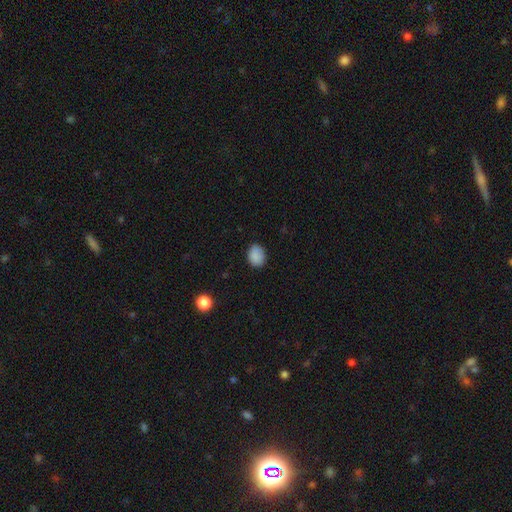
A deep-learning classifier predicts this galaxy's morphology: Smooth or featured?
  - smooth: 87% *
  - star or artifact: 9%
  - featured or disk: 4%
How rounded?
  - in between: 51% *
  - round: 48%
  - cigar-shaped: 1%
Merging?
  - none: 80% *
  - minor disturbance: 16%
  - major disturbance: 3%
  - merger: 1%